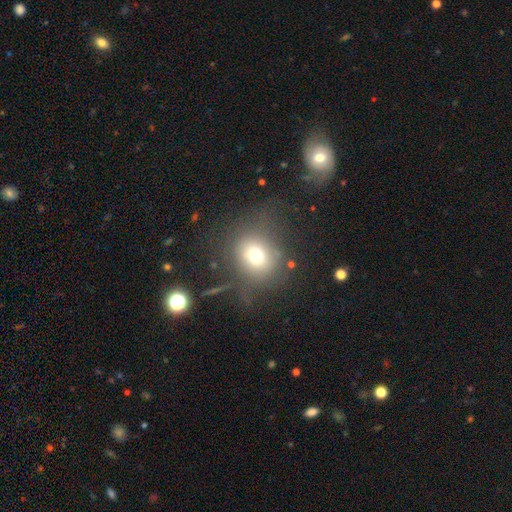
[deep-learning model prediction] This is likely a smooth galaxy (69%). How rounded: likely round (75%). Merging: likely none (66%).